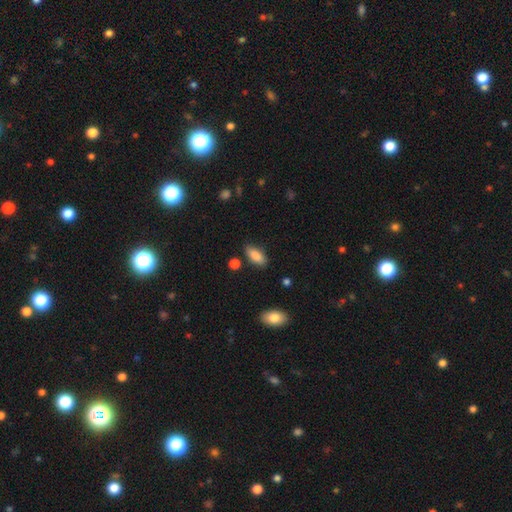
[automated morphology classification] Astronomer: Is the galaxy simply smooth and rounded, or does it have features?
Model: smooth — 85%.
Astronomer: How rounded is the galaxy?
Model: in between — 82%.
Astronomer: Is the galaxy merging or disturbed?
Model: none — 79%.